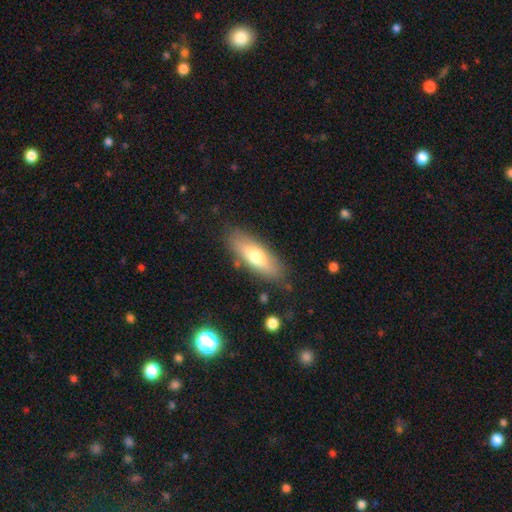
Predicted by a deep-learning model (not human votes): smooth_or_featured: smooth (p=0.65) [alt: featured or disk p=0.29]
how_rounded: in between (p=0.59) [alt: cigar-shaped p=0.39]
merging: none (p=0.81) [alt: minor disturbance p=0.13]